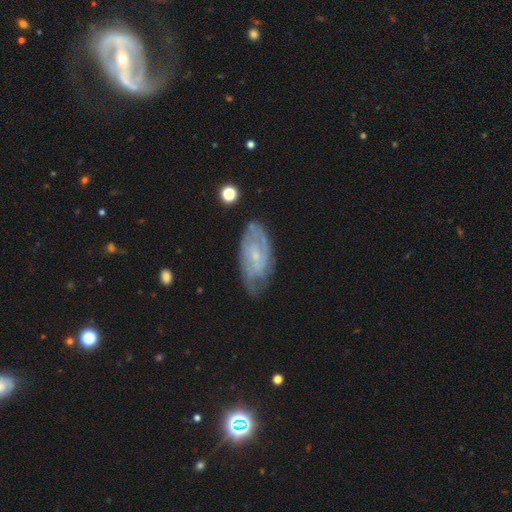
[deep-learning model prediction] Smooth or featured: featured or disk — 75% (smooth — 18%)
Edge-on disk: no — 94% (yes — 6%)
Bar: no — 52% (weak — 40%)
Spiral arms: yes — 89% (no — 11%)
Spiral winding: tight — 53% (medium — 35%)
Spiral arm count: 2 — 43% (can't tell — 37%)
Bulge size: small — 75% (moderate — 17%)
Merging: none — 69% (minor disturbance — 22%)